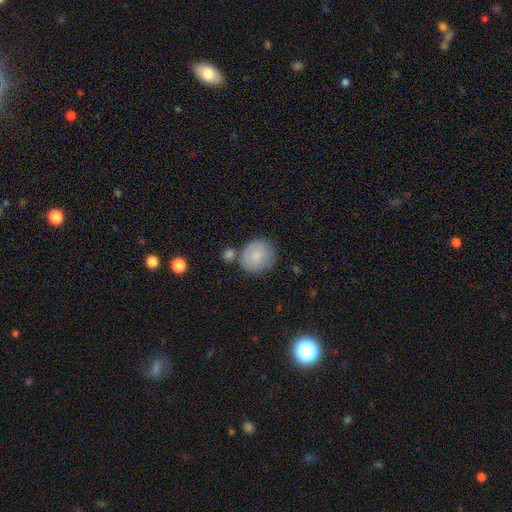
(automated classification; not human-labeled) A smooth galaxy with no disk features (79%) that is round (83%). Merging: none (66%).